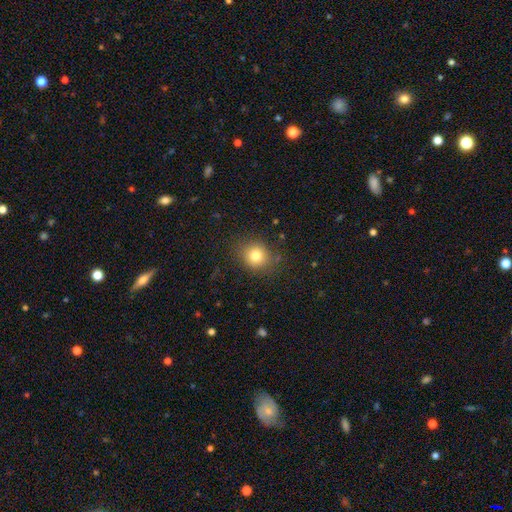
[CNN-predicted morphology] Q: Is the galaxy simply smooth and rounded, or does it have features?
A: smooth — 80%.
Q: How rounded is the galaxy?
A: round — 77%.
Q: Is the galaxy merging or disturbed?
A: none — 81%.